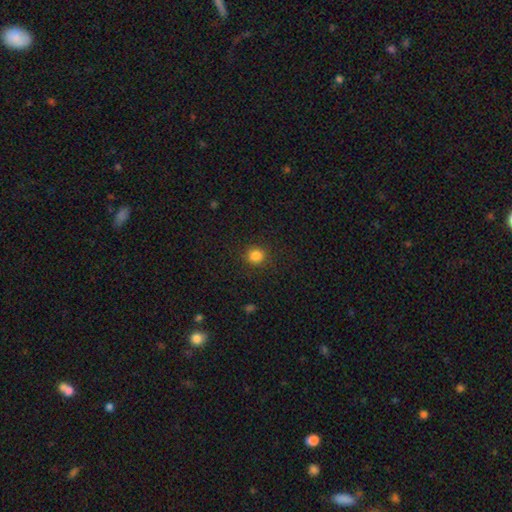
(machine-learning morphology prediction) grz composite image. It shows a smooth galaxy with no disk features (84%) that is round (90%). Merging: none (90%).